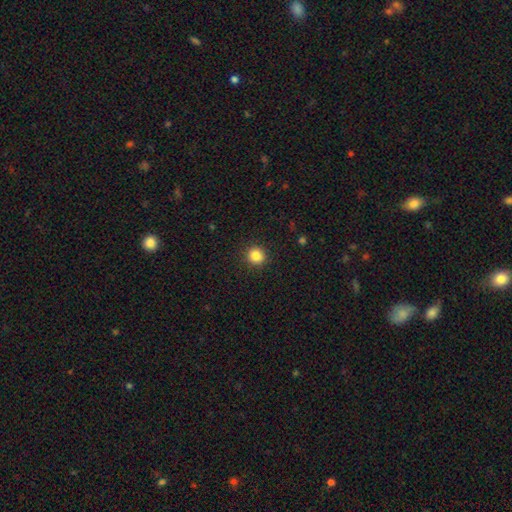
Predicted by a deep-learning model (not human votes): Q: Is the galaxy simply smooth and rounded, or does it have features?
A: smooth — 85%.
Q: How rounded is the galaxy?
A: round — 91%.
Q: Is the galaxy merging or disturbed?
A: none — 92%.